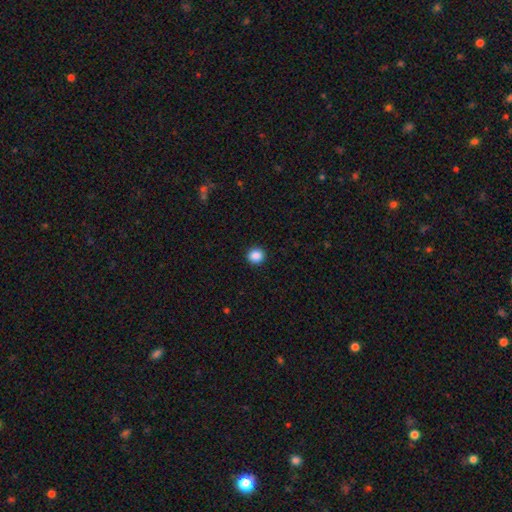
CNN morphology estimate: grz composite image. It shows a smooth galaxy with no disk features (88%) that is round (91%). Merging: none (92%).